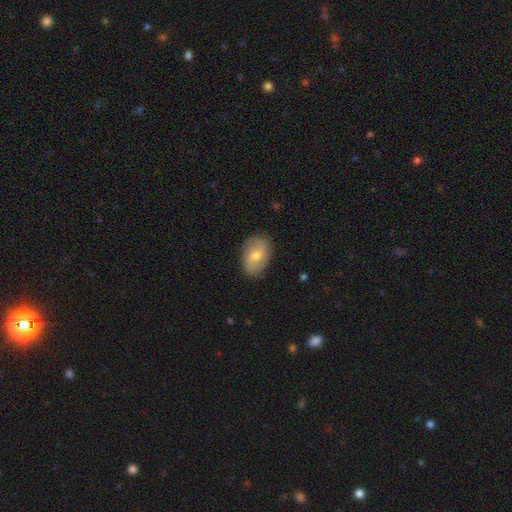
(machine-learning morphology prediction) Overall: smooth (60%; featured or disk 32%). How rounded: in between (83%). Merging: none (84%).